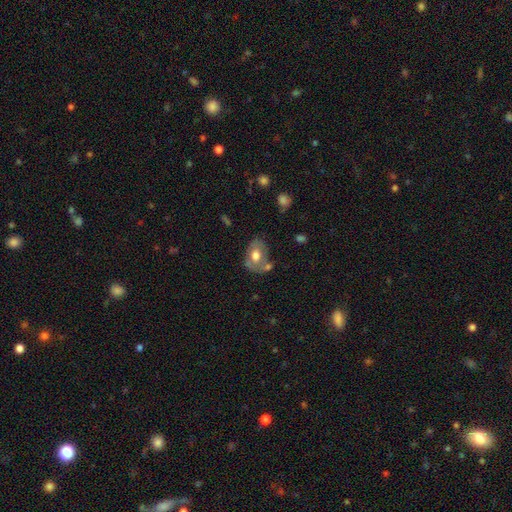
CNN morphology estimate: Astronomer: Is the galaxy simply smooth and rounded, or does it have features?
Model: smooth — 52% (runner-up: featured or disk, 41%).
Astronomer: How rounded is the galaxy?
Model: in between — 69%.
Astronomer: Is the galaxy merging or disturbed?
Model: none — 51%.